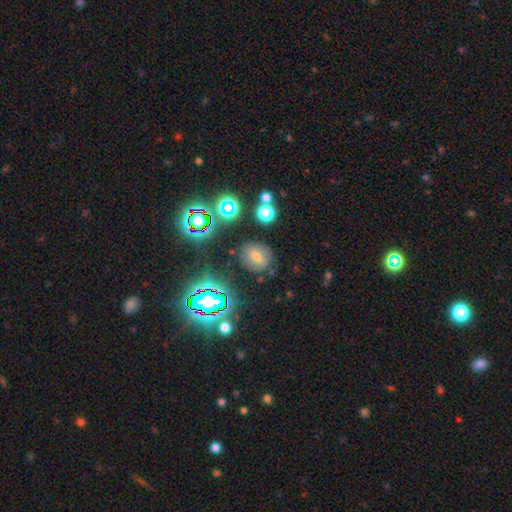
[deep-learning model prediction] smooth_or_featured: smooth (p=0.54) [alt: star or artifact p=0.26]
how_rounded: round (p=0.55) [alt: in between p=0.43]
merging: none (p=0.81) [alt: minor disturbance p=0.12]